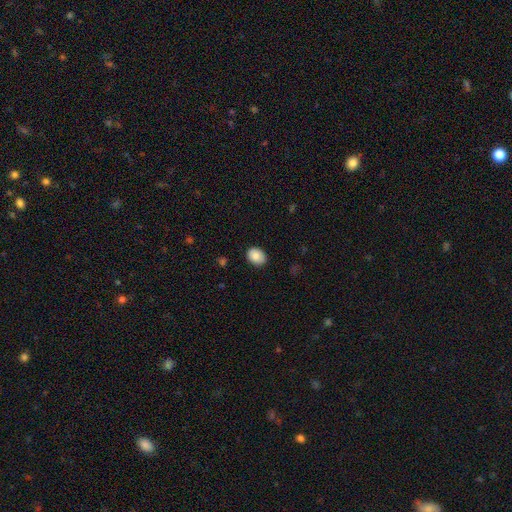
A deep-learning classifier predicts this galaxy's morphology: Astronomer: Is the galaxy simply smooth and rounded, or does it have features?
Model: smooth — 85%.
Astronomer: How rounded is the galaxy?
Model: in between — 60% (runner-up: round, 39%).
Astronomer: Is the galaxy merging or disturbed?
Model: none — 87%.